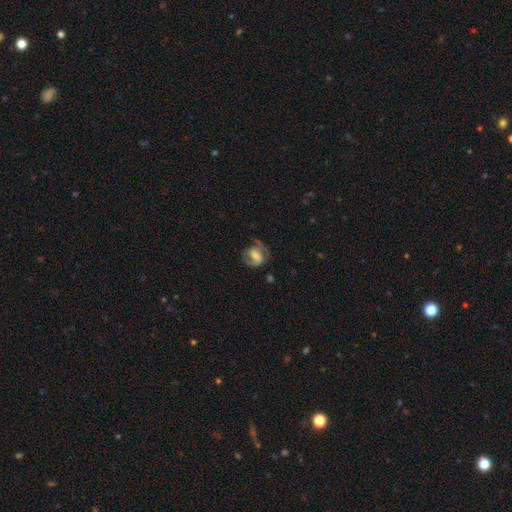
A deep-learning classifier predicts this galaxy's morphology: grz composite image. It shows a featured or disk galaxy (61%) with a weak bar (40%), spiral arms (79%) and a moderate central bulge (32%). Merging: none (53%).